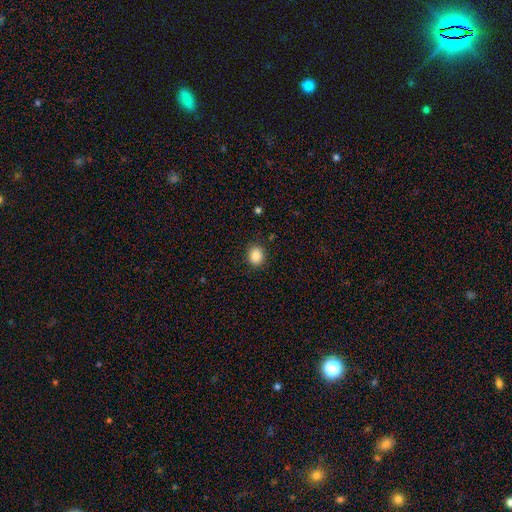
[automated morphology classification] This appears to be a smooth galaxy with no disk features (86%) that is round (67%). Merging: none (88%).